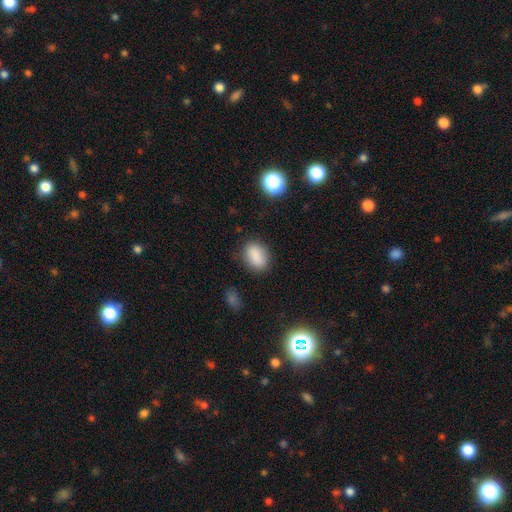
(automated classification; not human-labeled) A smooth galaxy with no disk features (86%) that is in between round and cigar-shaped (77%). Merging: none (82%).